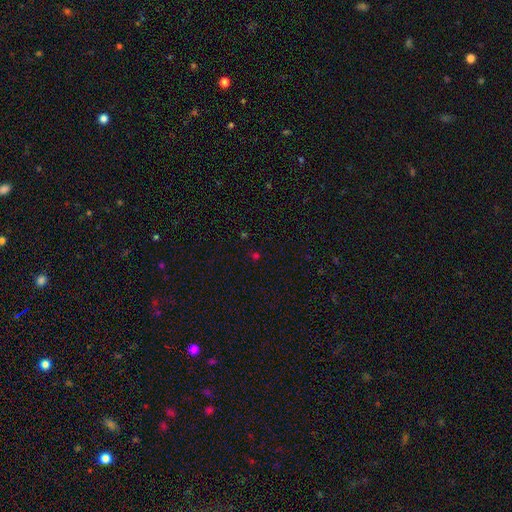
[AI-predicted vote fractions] The model was most divided on "smooth or featured": star or artifact: 51%, smooth: 43%, featured or disk: 6%.